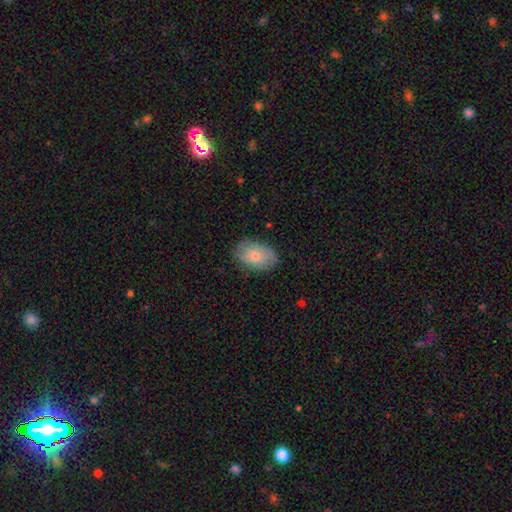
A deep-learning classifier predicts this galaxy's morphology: Overall: smooth (70%). How rounded: in between (87%). Merging: none (79%).